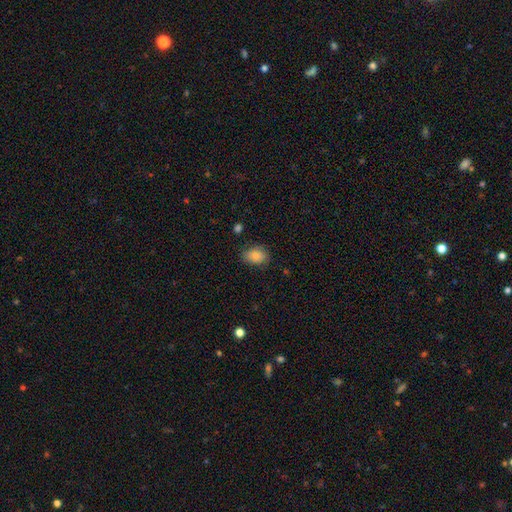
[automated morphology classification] Smooth or featured: smooth — 83% (featured or disk — 8%)
How rounded: in between — 76% (round — 23%)
Merging: none — 76% (minor disturbance — 19%)